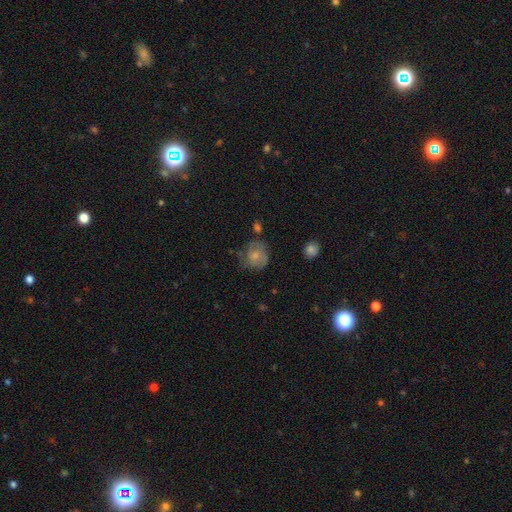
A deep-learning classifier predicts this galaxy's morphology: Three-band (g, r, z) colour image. It shows a smooth galaxy with no disk features (63%) that is round (79%). Merging: none (55%).